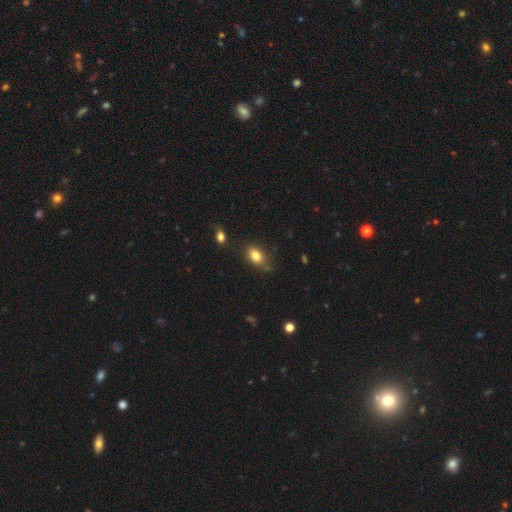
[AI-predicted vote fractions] Overall: smooth (82%). How rounded: in between (81%). Merging: none (69%).